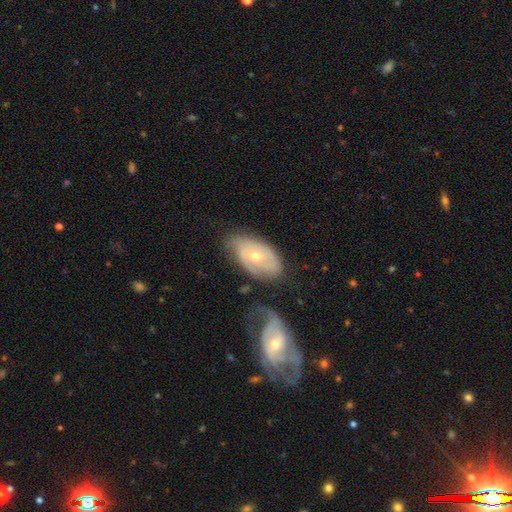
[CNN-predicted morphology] smooth_or_featured: featured or disk (p=0.67) [alt: smooth p=0.27]
disk_edge_on: no (p=0.94) [alt: yes p=0.06]
bar: no (p=0.69) [alt: weak p=0.26]
has_spiral_arms: yes (p=0.77) [alt: no p=0.23]
bulge_size: small (p=0.54) [alt: moderate p=0.43]
merging: none (p=0.46) [alt: minor disturbance p=0.26]